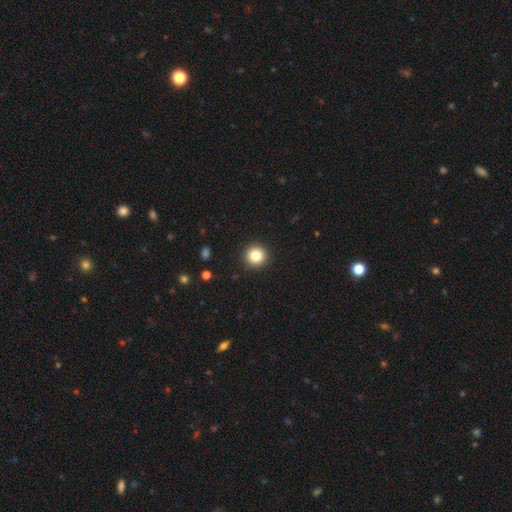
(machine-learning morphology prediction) This appears to be a smooth galaxy with no disk features (85%) that is round (95%). Merging: none (92%).